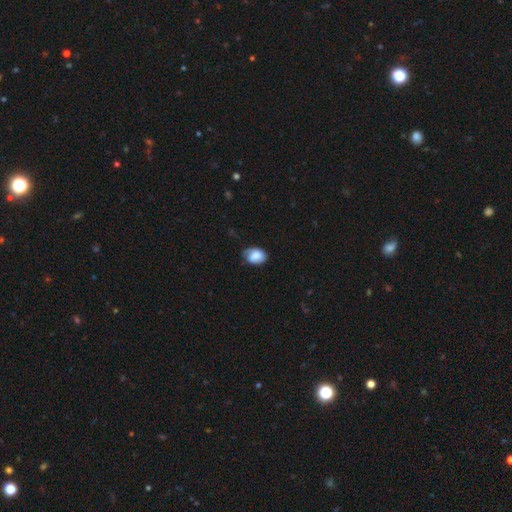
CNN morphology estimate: A smooth galaxy with no disk features (79%) that is in between round and cigar-shaped (74%). Merging: none (54%).